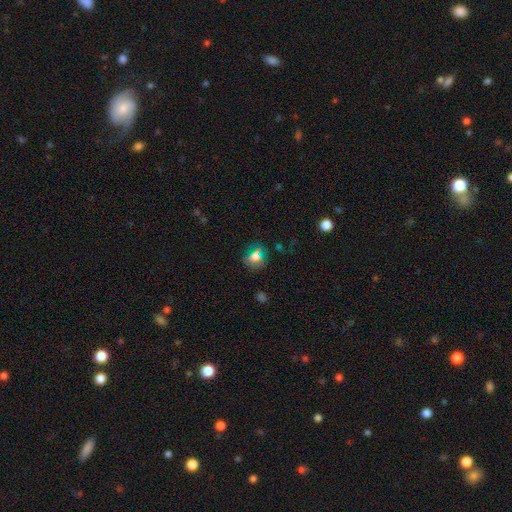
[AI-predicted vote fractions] This appears to be a smooth galaxy with no disk features (62%) that is round (69%). Merging: none (75%).